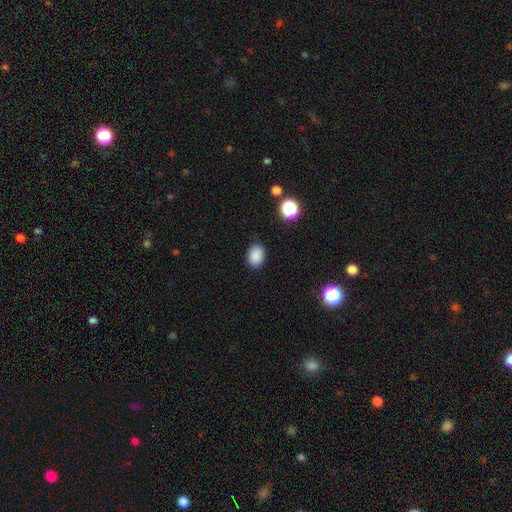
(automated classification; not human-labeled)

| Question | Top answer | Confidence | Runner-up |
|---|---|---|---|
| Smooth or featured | smooth | 87% | star or artifact (10%) |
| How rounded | in between | 64% | round (35%) |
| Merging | none | 86% | minor disturbance (10%) |